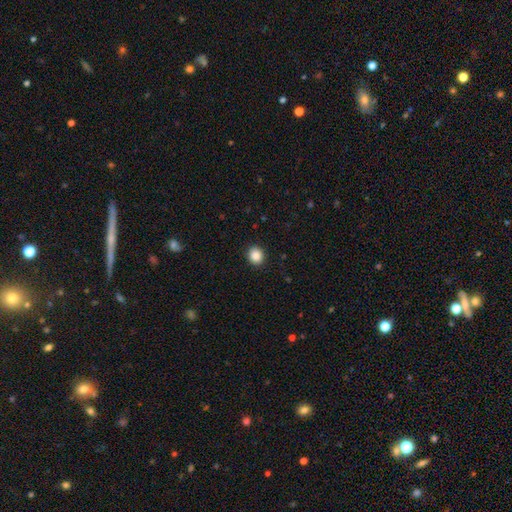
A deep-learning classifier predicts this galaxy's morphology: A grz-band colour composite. It shows a smooth galaxy with no disk features (88%) that is round (77%). Merging: none (91%).